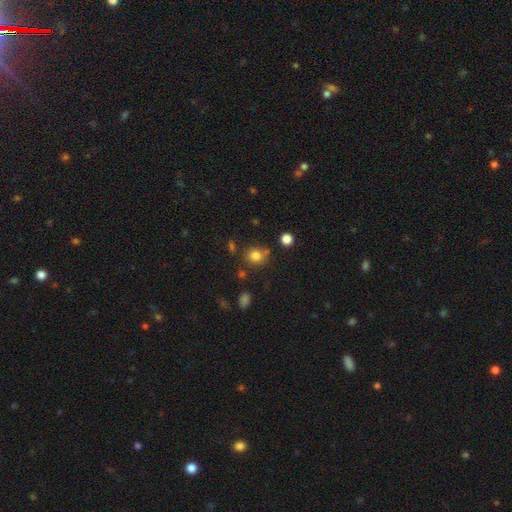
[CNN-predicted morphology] Q: Smooth or featured?
A: smooth (80%); runner-up: star or artifact (13%)
Q: How rounded?
A: round (80%); runner-up: in between (19%)
Q: Merging?
A: none (70%); runner-up: minor disturbance (14%)